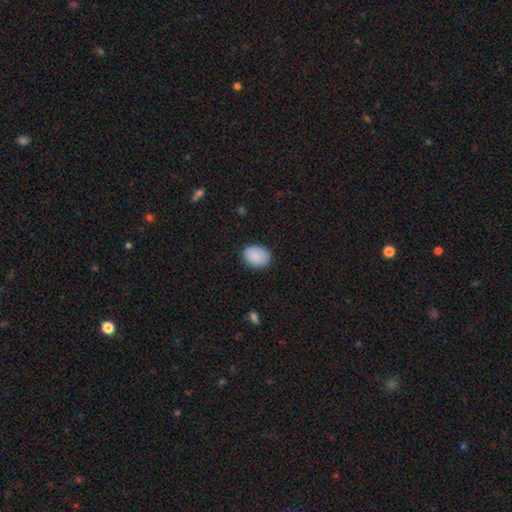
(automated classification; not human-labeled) A smooth galaxy with no disk features (89%) that is in between round and cigar-shaped (71%).

Vote fractions:
- Smooth or featured? smooth: 89% / star or artifact: 7% / featured or disk: 5%
- How rounded? in between: 71% / round: 29% / cigar-shaped: 1%
- Merging? none: 85% / minor disturbance: 11% / major disturbance: 2% / merger: 1%